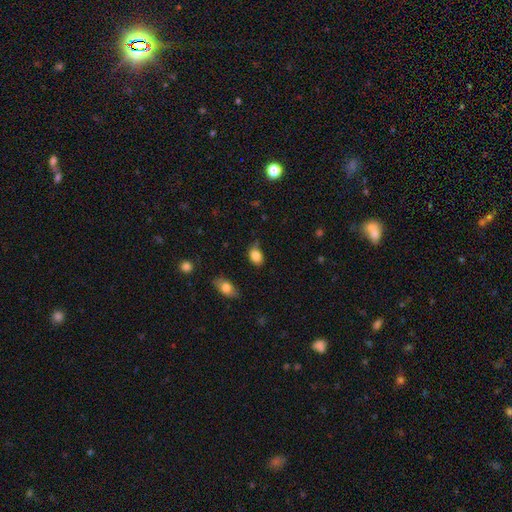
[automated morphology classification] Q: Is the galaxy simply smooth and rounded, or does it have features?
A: smooth — 85%.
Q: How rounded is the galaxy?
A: in between — 74%.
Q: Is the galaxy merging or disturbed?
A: none — 67%.